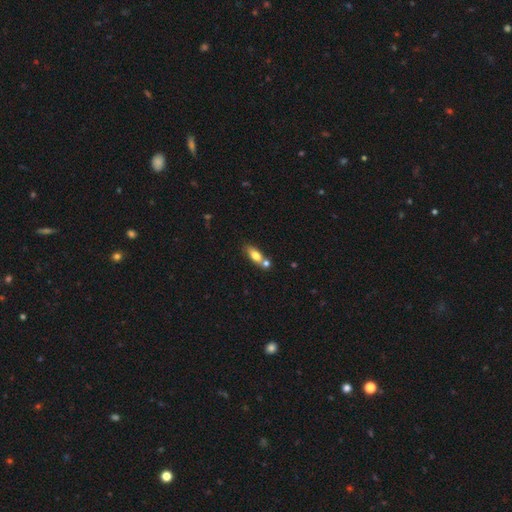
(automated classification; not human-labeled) A smooth galaxy with no disk features (72%) that is in between round and cigar-shaped (74%).

Vote fractions:
- Smooth or featured? smooth: 72% / featured or disk: 20% / star or artifact: 8%
- How rounded? in between: 74% / cigar-shaped: 20% / round: 6%
- Merging? none: 48% / merger: 36% / minor disturbance: 12% / major disturbance: 4%